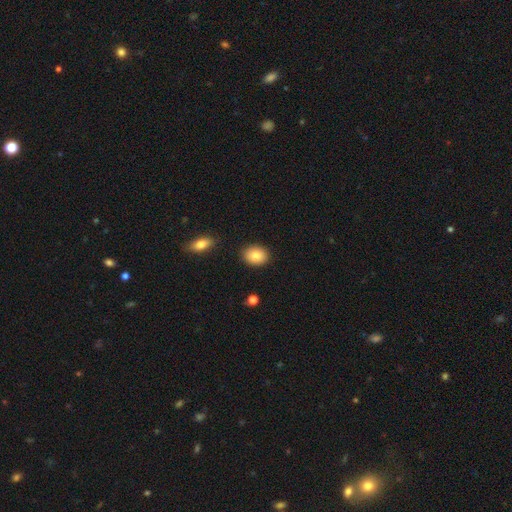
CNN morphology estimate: Smooth or featured: smooth — 85% (featured or disk — 7%)
How rounded: in between — 55% (round — 43%)
Merging: none — 88% (minor disturbance — 8%)